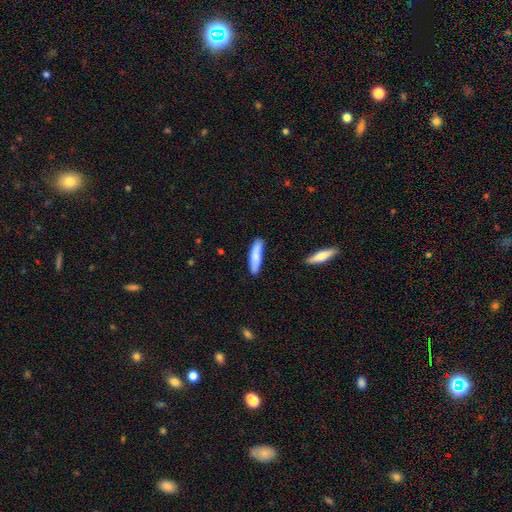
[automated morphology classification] Smooth or featured?
  - smooth: 79% *
  - featured or disk: 16%
  - star or artifact: 5%
How rounded?
  - cigar-shaped: 76% *
  - in between: 23%
  - round: 1%
Merging?
  - none: 81% *
  - minor disturbance: 15%
  - merger: 3%
  - major disturbance: 2%